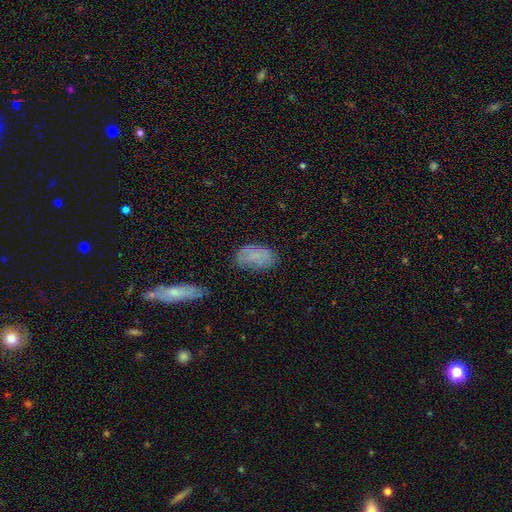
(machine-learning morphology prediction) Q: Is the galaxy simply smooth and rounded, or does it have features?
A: smooth — 70%.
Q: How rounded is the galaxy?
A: in between — 92%.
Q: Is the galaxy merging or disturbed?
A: none — 65%.